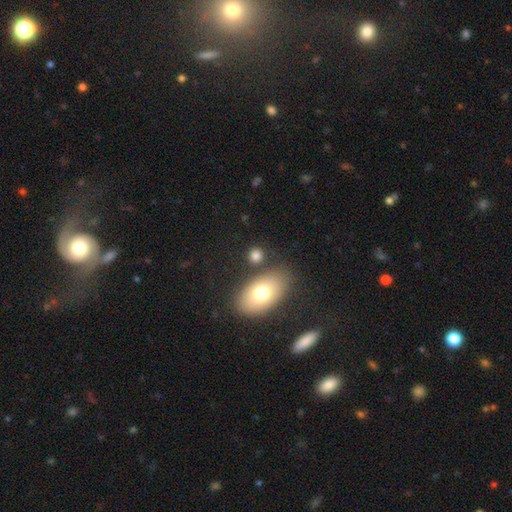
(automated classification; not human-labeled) Smooth or featured? smooth (80%)
How rounded? round (61%)
Merging? none (75%)